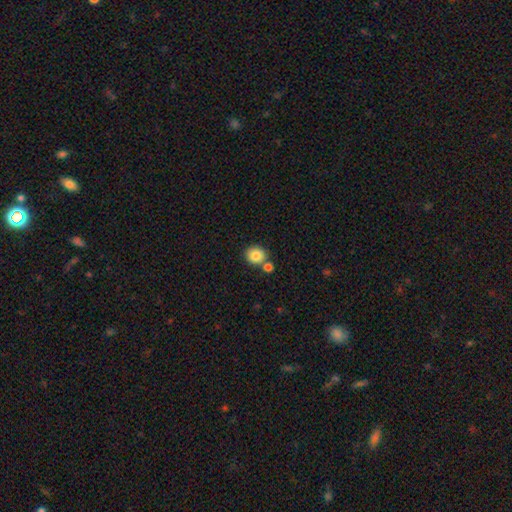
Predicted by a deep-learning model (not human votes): The model was most divided on "merging": none: 69%, merger: 20%, minor disturbance: 9%, major disturbance: 2%. More confident: smooth or featured — smooth (84%); how rounded — round (81%).